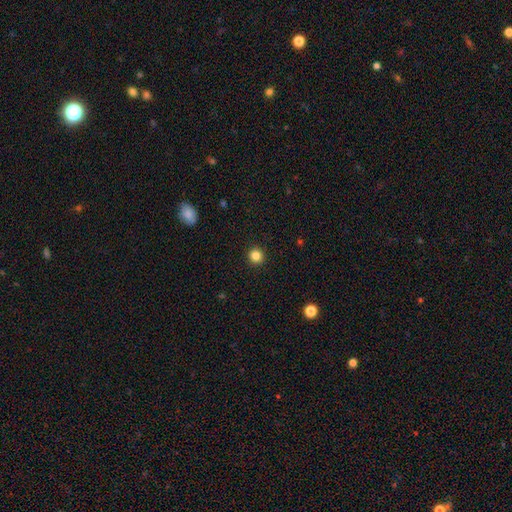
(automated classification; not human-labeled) This appears to be a smooth galaxy with no disk features (84%) that is round (94%). Merging: none (93%).